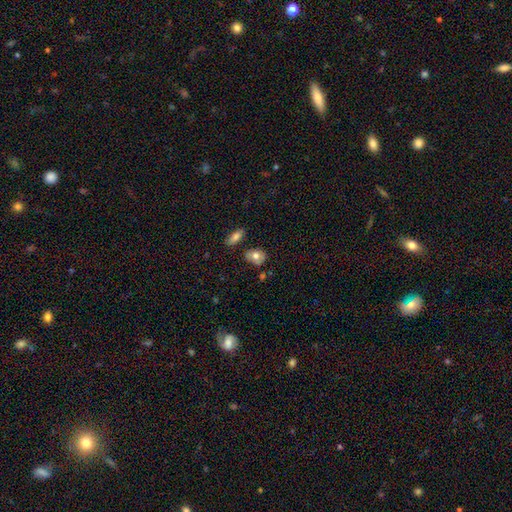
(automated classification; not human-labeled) Smooth or featured: smooth — 70% (featured or disk — 23%)
How rounded: in between — 66% (round — 32%)
Merging: none — 70% (minor disturbance — 18%)